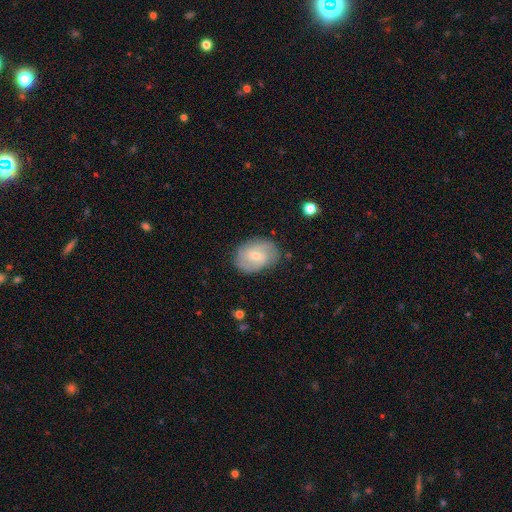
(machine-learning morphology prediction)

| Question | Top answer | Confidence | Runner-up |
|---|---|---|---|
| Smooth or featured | featured or disk | 61% | smooth (33%) |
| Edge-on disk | no | 97% | yes (3%) |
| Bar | weak | 50% | no (41%) |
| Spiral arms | yes | 87% | no (13%) |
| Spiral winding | medium | 44% | tight (35%) |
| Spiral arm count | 2 | 54% | can't tell (24%) |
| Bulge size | small | 60% | moderate (36%) |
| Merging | none | 79% | minor disturbance (15%) |